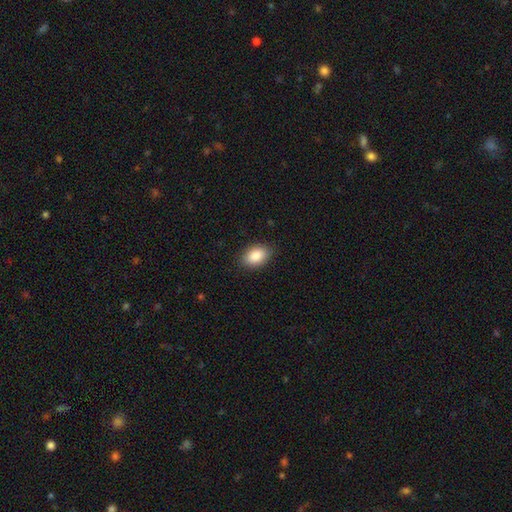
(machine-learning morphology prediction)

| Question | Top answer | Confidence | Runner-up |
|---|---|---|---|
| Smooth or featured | smooth | 88% | star or artifact (7%) |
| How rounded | in between | 89% | round (9%) |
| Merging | none | 88% | minor disturbance (9%) |